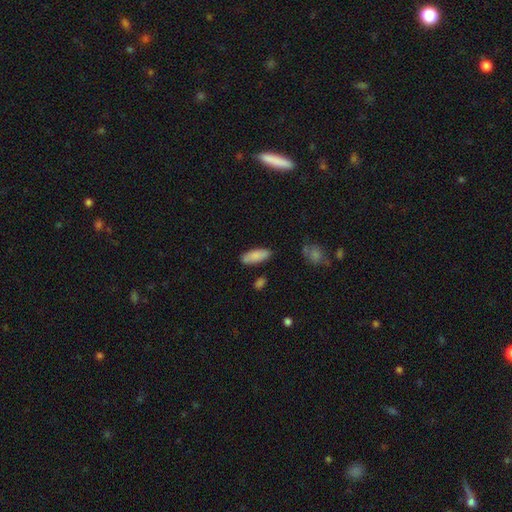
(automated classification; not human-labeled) A smooth galaxy with no disk features (87%) that is in between round and cigar-shaped (76%).

Vote fractions:
- Smooth or featured? smooth: 87% / featured or disk: 7% / star or artifact: 6%
- How rounded? in between: 76% / cigar-shaped: 23% / round: 2%
- Merging? none: 85% / minor disturbance: 11% / major disturbance: 2% / merger: 2%